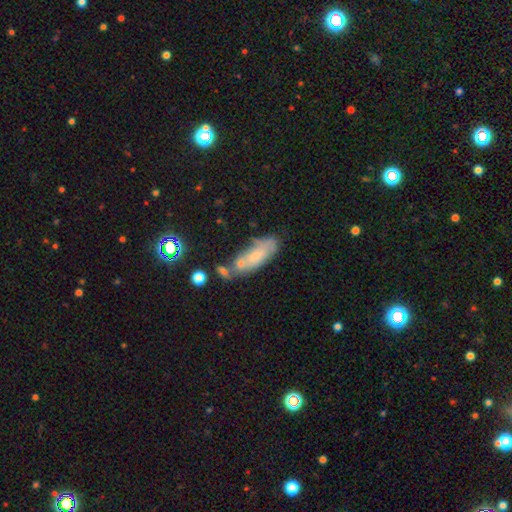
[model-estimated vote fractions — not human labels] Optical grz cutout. It shows a smooth galaxy with no disk features (63%) that is in between round and cigar-shaped (64%). Merging: none (46%).